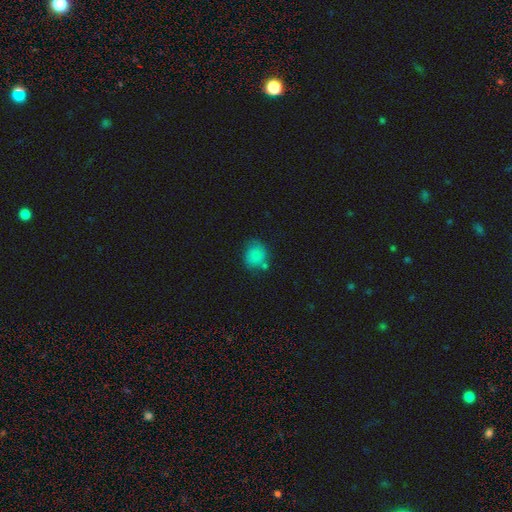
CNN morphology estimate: Smooth or featured? Predicted: smooth (p=0.81). How rounded? Predicted: round (p=0.68). Merging? Predicted: none (p=0.63).